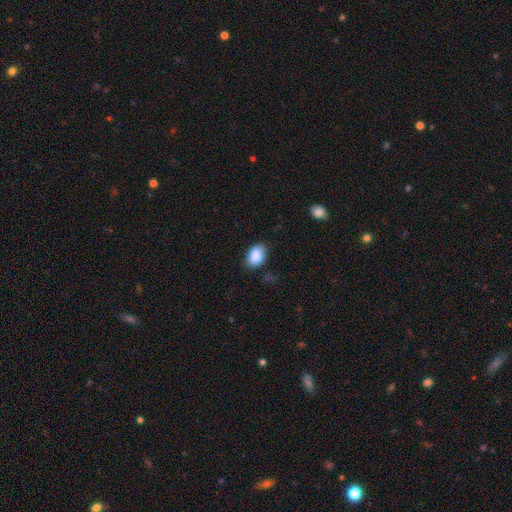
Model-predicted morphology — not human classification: type=smooth (88%); roundness=in between (84%); merging=none (78%).